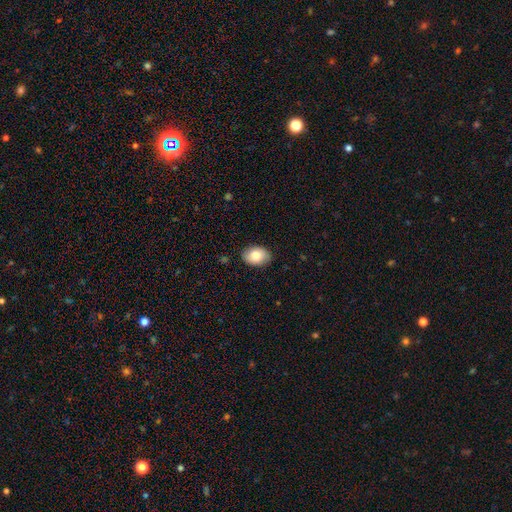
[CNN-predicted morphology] The model was most divided on "how rounded": in between: 83%, round: 16%, cigar-shaped: 1%. More confident: merging — none (87%); smooth or featured — smooth (83%).